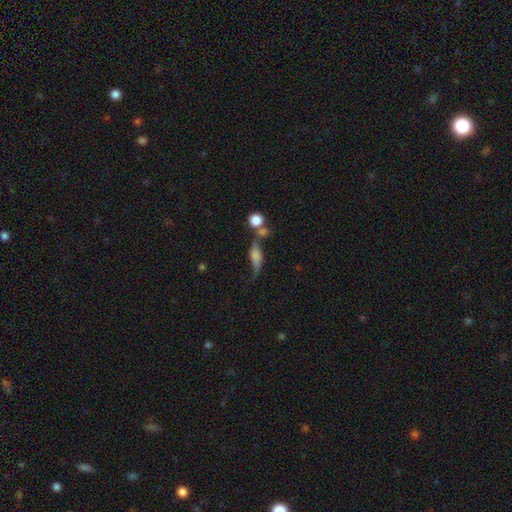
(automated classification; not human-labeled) Smooth or featured? Predicted: featured or disk (p=0.45). Merging? Predicted: none (p=0.41).